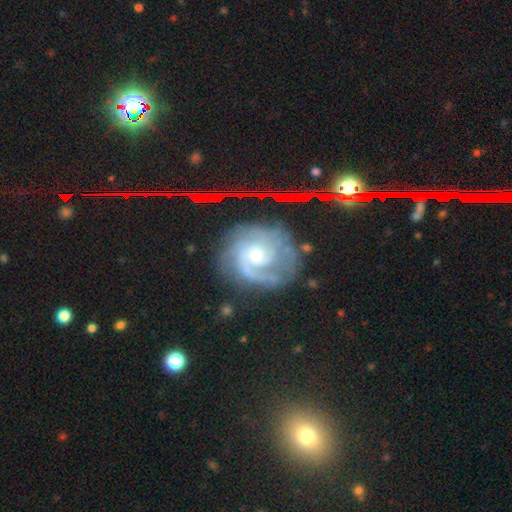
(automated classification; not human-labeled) Smooth or featured: featured or disk — 82% (smooth — 10%)
Edge-on disk: no — 98% (yes — 2%)
Bar: no — 70% (weak — 25%)
Spiral arms: yes — 96% (no — 4%)
Spiral winding: tight — 54% (medium — 36%)
Spiral arm count: 2 — 34% (can't tell — 24%)
Bulge size: small — 45% (moderate — 44%)
Merging: none — 69% (minor disturbance — 18%)